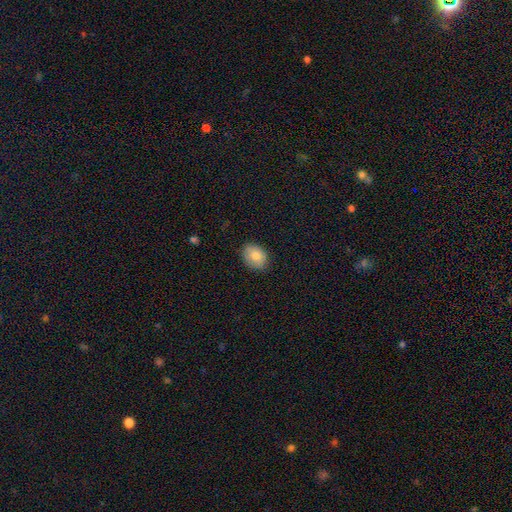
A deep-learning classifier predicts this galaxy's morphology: This appears to be a smooth galaxy with no disk features (84%) that is in between round and cigar-shaped (70%). Merging: none (86%).